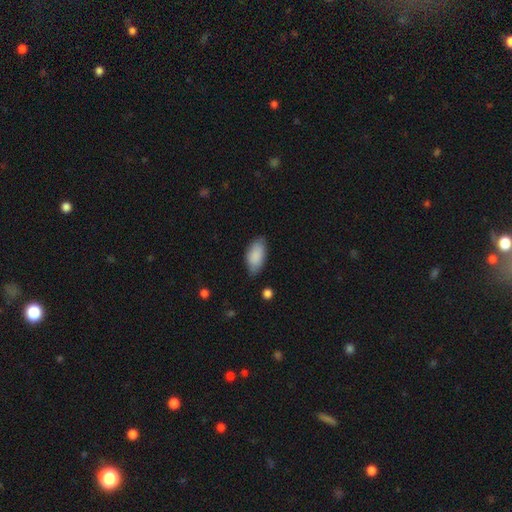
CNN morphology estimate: Smooth or featured: smooth — 88% (featured or disk — 6%)
How rounded: in between — 93% (cigar-shaped — 5%)
Merging: none — 76% (minor disturbance — 19%)